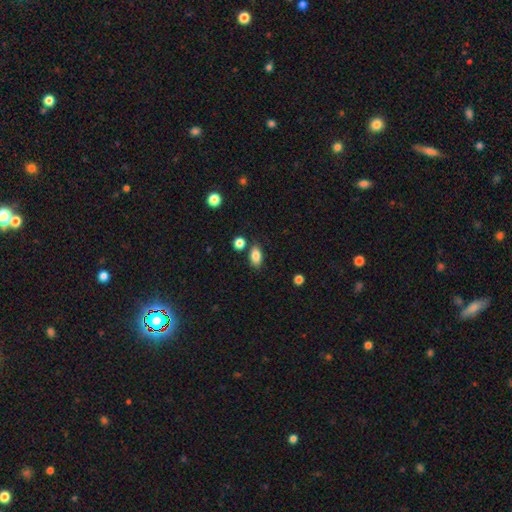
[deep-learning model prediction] Morphology: type=smooth (85%); roundness=in between (88%); merging=none (79%).